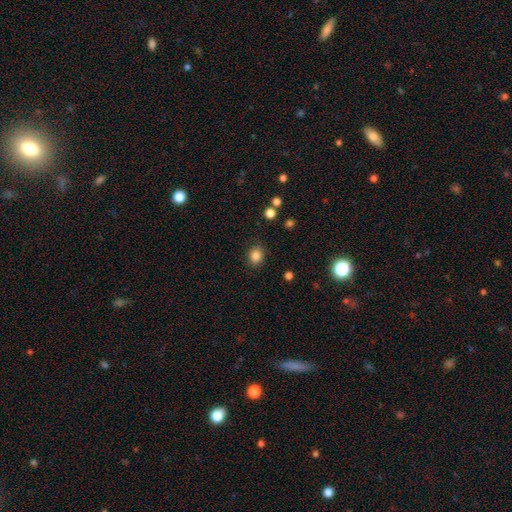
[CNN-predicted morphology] The model was most divided on "how rounded": round: 58%, in between: 41%, cigar-shaped: 1%. More confident: merging — none (86%); smooth or featured — smooth (85%).